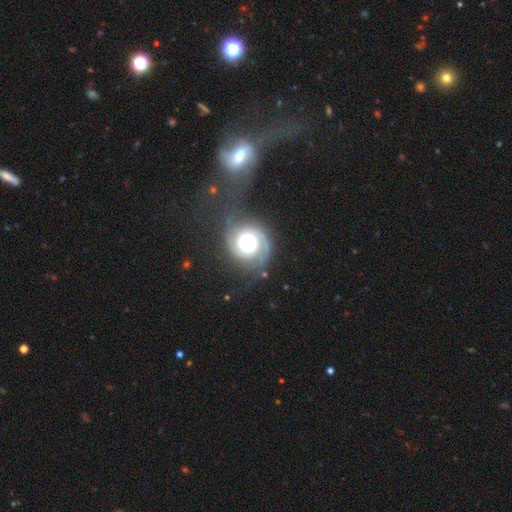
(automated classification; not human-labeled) Overall: featured or disk (81%). Edge-on disk: no (98%). Bar: no (72%). Spiral arms: yes (93%). Spiral arm count: 2 (83%). Spiral winding: tight (46%; medium 40%). Bulge size: large (56%; moderate 25%). Merging: none (51%; minor disturbance 19%).